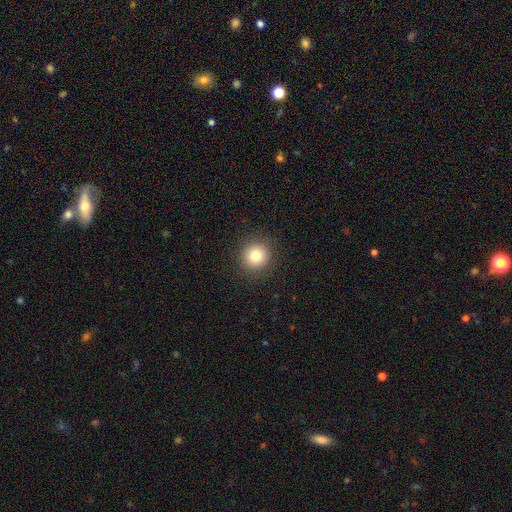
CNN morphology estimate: The model was most divided on "smooth or featured": smooth: 81%, star or artifact: 12%, featured or disk: 7%. More confident: how rounded — round (94%); merging — none (92%).